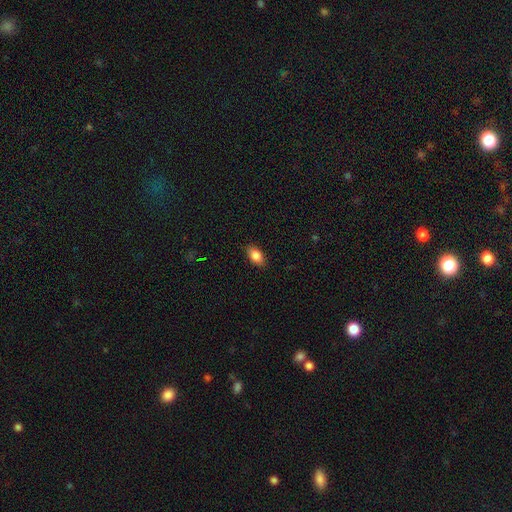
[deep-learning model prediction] A smooth galaxy with no disk features (86%) that is in between round and cigar-shaped (89%).

Vote fractions:
- Smooth or featured? smooth: 86% / star or artifact: 8% / featured or disk: 7%
- How rounded? in between: 89% / round: 7% / cigar-shaped: 3%
- Merging? none: 87% / minor disturbance: 10% / major disturbance: 2% / merger: 1%